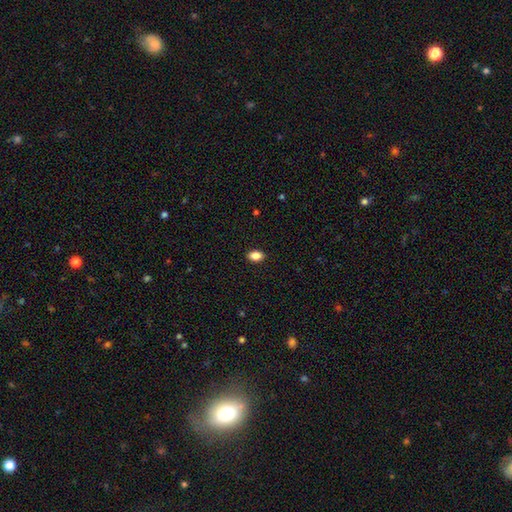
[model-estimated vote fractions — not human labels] Smooth or featured: smooth — 86% (star or artifact — 9%)
How rounded: in between — 87% (round — 10%)
Merging: none — 90% (minor disturbance — 7%)